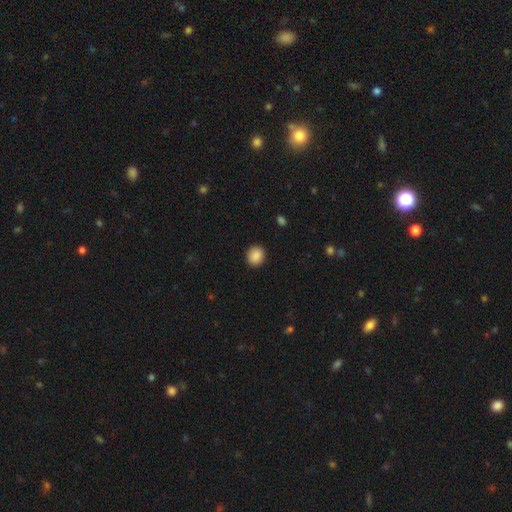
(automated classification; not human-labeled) The model was most divided on "how rounded": round: 78%, in between: 21%, cigar-shaped: 1%. More confident: merging — none (90%); smooth or featured — smooth (89%).